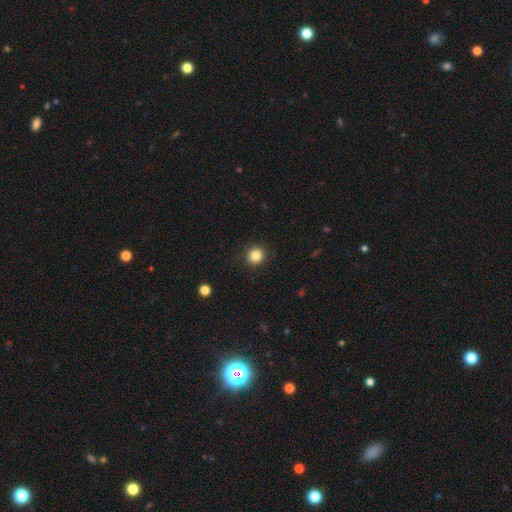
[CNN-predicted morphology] A smooth galaxy with no disk features (85%) that is round (91%).

Vote fractions:
- Smooth or featured? smooth: 85% / star or artifact: 11% / featured or disk: 4%
- How rounded? round: 91% / in between: 8% / cigar-shaped: 1%
- Merging? none: 91% / minor disturbance: 6% / major disturbance: 2% / merger: 1%